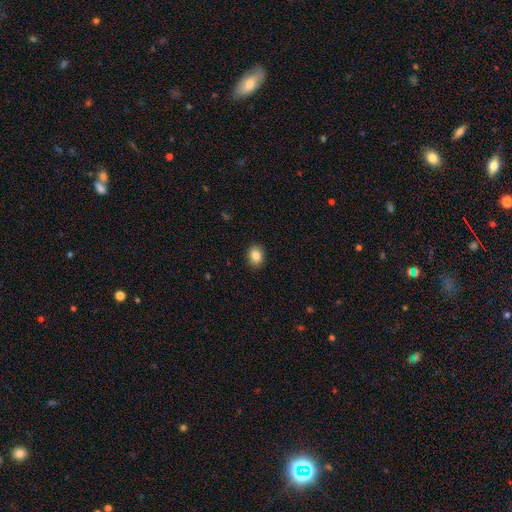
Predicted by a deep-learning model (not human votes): smooth-or-featured: smooth: 85% | star or artifact: 9% | featured or disk: 6%
  how-rounded: in between: 53% | round: 46% | cigar-shaped: 1%
  merging: none: 90% | minor disturbance: 7% | major disturbance: 2% | merger: 1%